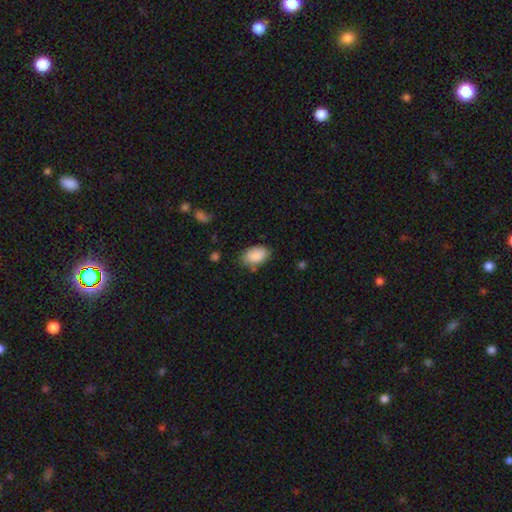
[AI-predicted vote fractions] smooth-or-featured: smooth: 88% | star or artifact: 7% | featured or disk: 5%
  how-rounded: in between: 89% | round: 9% | cigar-shaped: 1%
  merging: none: 72% | minor disturbance: 21% | major disturbance: 5% | merger: 3%